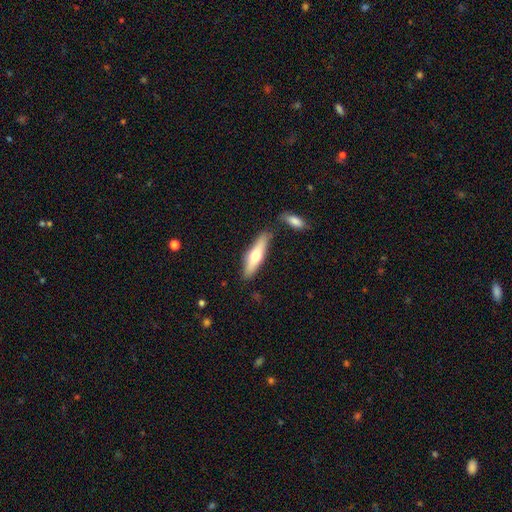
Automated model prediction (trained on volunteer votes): smooth_or_featured: smooth (p=0.52) [alt: featured or disk p=0.42]
how_rounded: cigar-shaped (p=0.70) [alt: in between p=0.28]
merging: none (p=0.77) [alt: minor disturbance p=0.12]